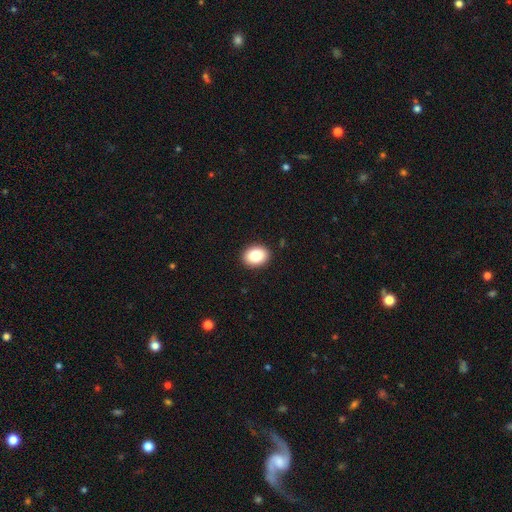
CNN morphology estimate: smooth-or-featured: smooth: 85% | star or artifact: 8% | featured or disk: 7%
  how-rounded: in between: 64% | round: 35% | cigar-shaped: 1%
  merging: none: 91% | minor disturbance: 6% | major disturbance: 2% | merger: 1%